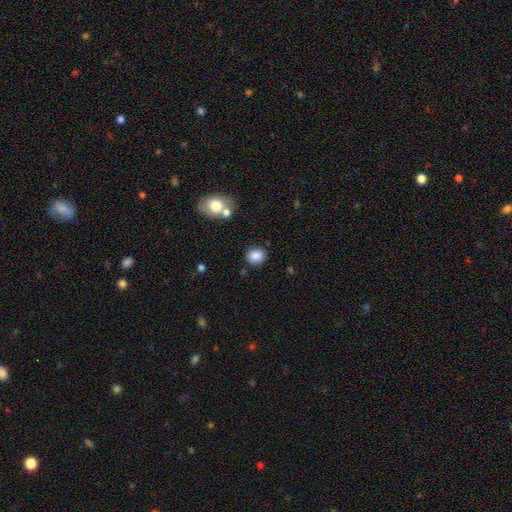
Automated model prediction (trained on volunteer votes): Smooth or featured: smooth — 86% (star or artifact — 9%)
How rounded: round — 69% (in between — 30%)
Merging: none — 85% (minor disturbance — 8%)